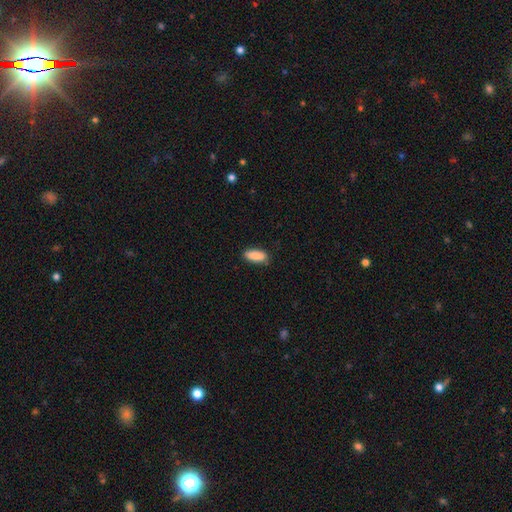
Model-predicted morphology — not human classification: This appears to be a smooth galaxy with no disk features (89%) that is in between round and cigar-shaped (78%). Merging: none (86%).